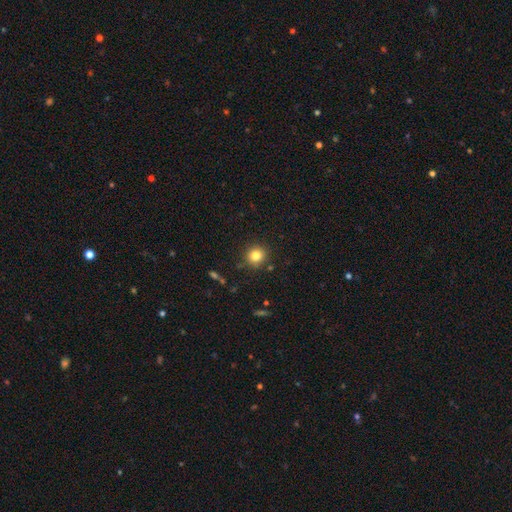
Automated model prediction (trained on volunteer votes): This is clearly a smooth galaxy (81%). How rounded: clearly round (91%). Merging: clearly none (89%).